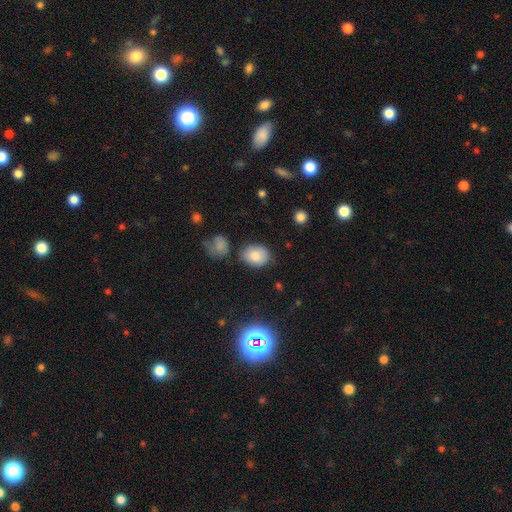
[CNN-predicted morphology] Q: Smooth or featured?
A: smooth (81%); runner-up: star or artifact (10%)
Q: How rounded?
A: in between (53%); runner-up: round (45%)
Q: Merging?
A: none (74%); runner-up: minor disturbance (17%)